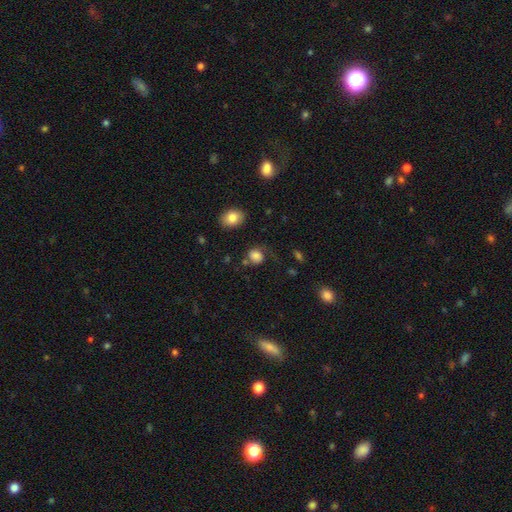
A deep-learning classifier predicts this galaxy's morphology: Smooth or featured: smooth — 79% (featured or disk — 11%)
How rounded: round — 67% (in between — 32%)
Merging: none — 53% (minor disturbance — 23%)